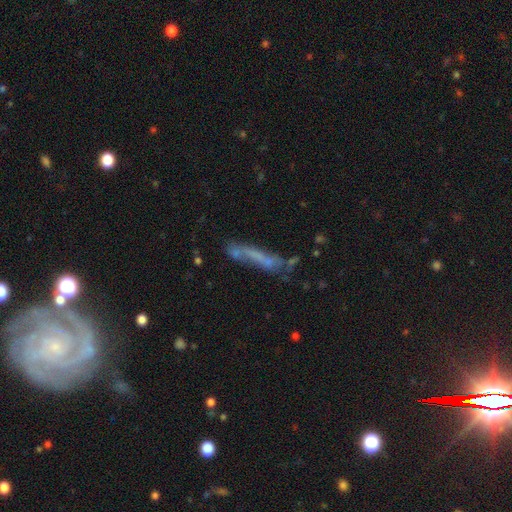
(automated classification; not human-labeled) Q: Smooth or featured?
A: smooth (45%); runner-up: featured or disk (42%)
Q: Merging?
A: none (45%); runner-up: minor disturbance (21%)